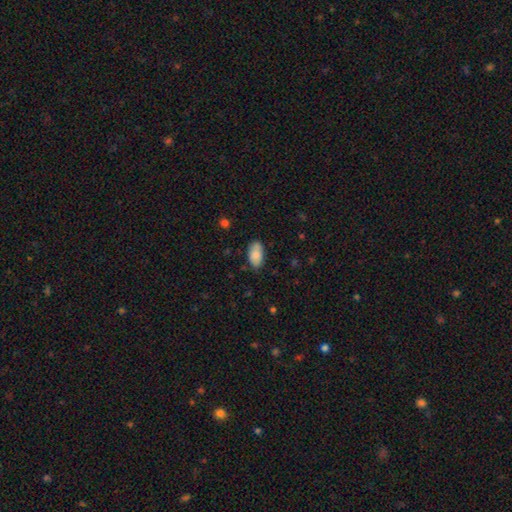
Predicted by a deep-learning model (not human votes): Overall: smooth (84%). How rounded: in between (94%). Merging: none (80%).